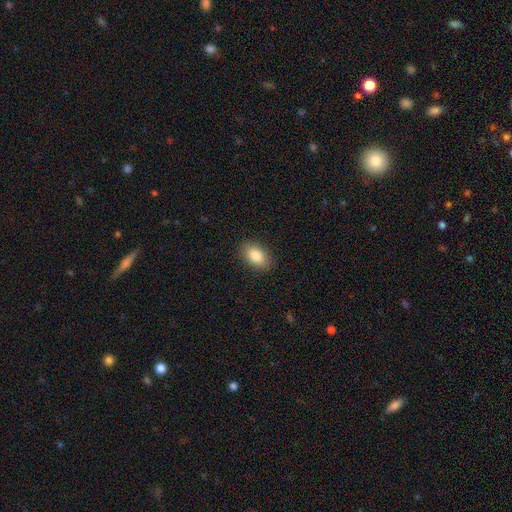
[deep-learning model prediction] Smooth or featured: smooth — 84% (featured or disk — 8%)
How rounded: in between — 90% (round — 8%)
Merging: none — 89% (minor disturbance — 8%)